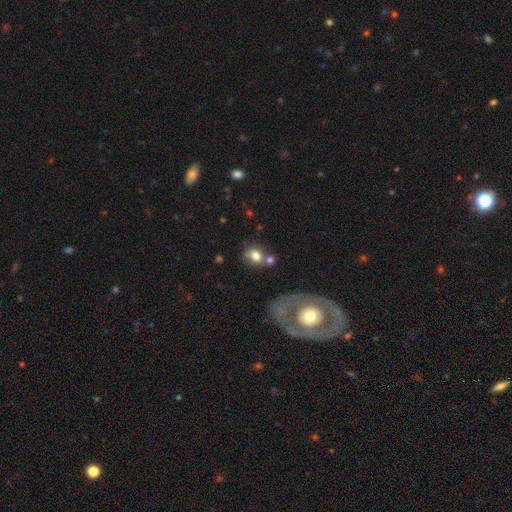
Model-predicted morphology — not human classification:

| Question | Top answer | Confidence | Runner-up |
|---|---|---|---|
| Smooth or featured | smooth | 75% | featured or disk (15%) |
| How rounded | round | 62% | in between (37%) |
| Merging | none | 50% | merger (28%) |